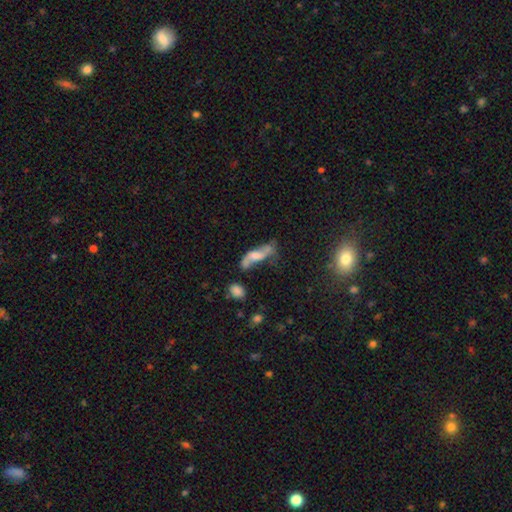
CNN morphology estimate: smooth_or_featured: featured or disk (p=0.56) [alt: smooth p=0.34]
disk_edge_on: no (p=0.84) [alt: yes p=0.16]
merging: none (p=0.37) [alt: minor disturbance p=0.25]